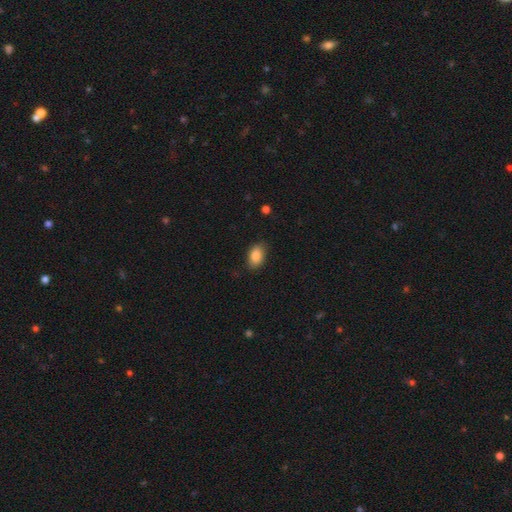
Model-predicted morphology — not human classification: A smooth galaxy with no disk features (87%) that is in between round and cigar-shaped (88%). Merging: none (81%).